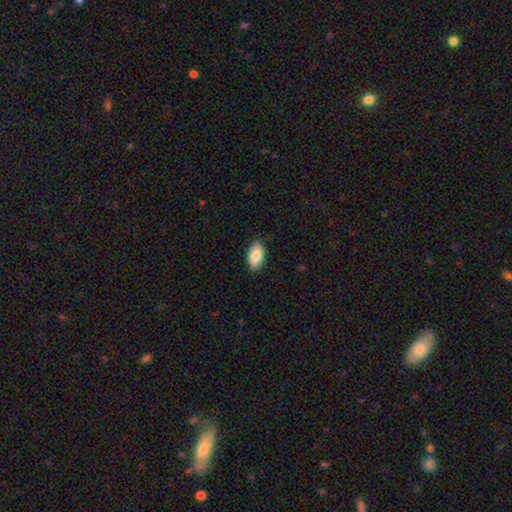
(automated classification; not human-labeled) A smooth galaxy with no disk features (84%) that is in between round and cigar-shaped (94%).

Vote fractions:
- Smooth or featured? smooth: 84% / featured or disk: 9% / star or artifact: 6%
- How rounded? in between: 94% / round: 4% / cigar-shaped: 2%
- Merging? none: 87% / minor disturbance: 10% / major disturbance: 2% / merger: 1%